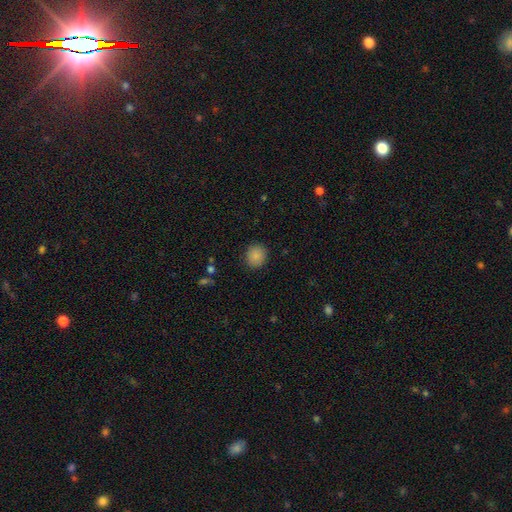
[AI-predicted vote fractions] Smooth or featured?
  - smooth: 87% *
  - star or artifact: 9%
  - featured or disk: 4%
How rounded?
  - round: 77% *
  - in between: 22%
  - cigar-shaped: 1%
Merging?
  - none: 89% *
  - minor disturbance: 8%
  - major disturbance: 2%
  - merger: 1%